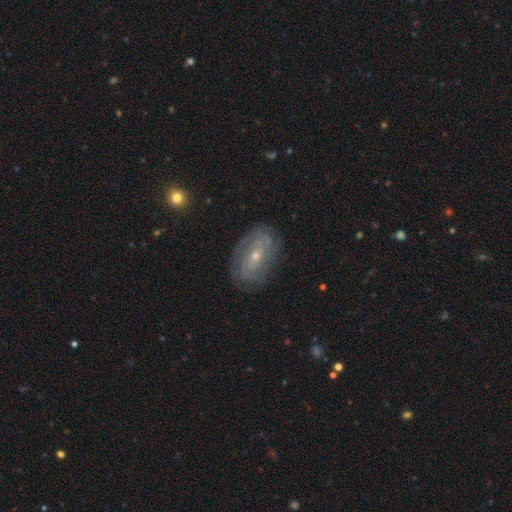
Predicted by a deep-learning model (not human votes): Morphology: type=featured or disk (75%); edge-on=no (94%); bar=no (49%); spiral arms=yes (86%); winding=tight (65%); arm count=can't tell (45%); bulge=small (69%); merging=none (78%).